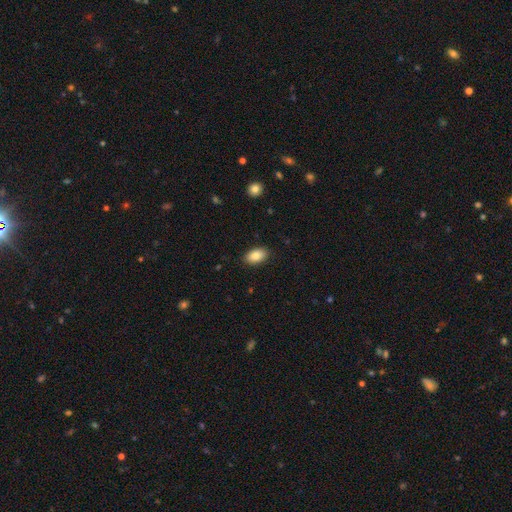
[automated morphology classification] A smooth galaxy with no disk features (86%) that is in between round and cigar-shaped (93%). Merging: none (88%).